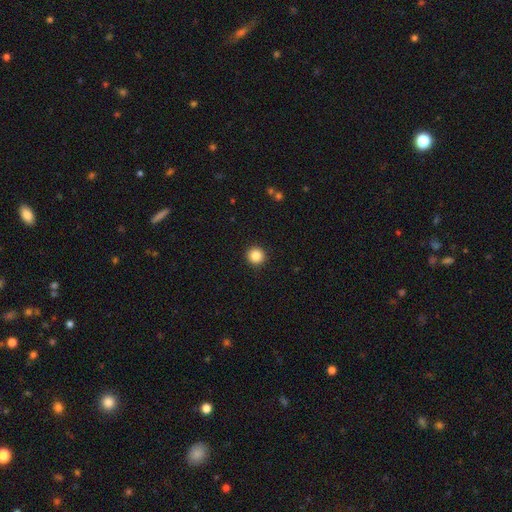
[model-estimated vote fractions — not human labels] Smooth or featured: smooth — 86% (star or artifact — 10%)
How rounded: round — 95% (in between — 4%)
Merging: none — 93% (minor disturbance — 4%)